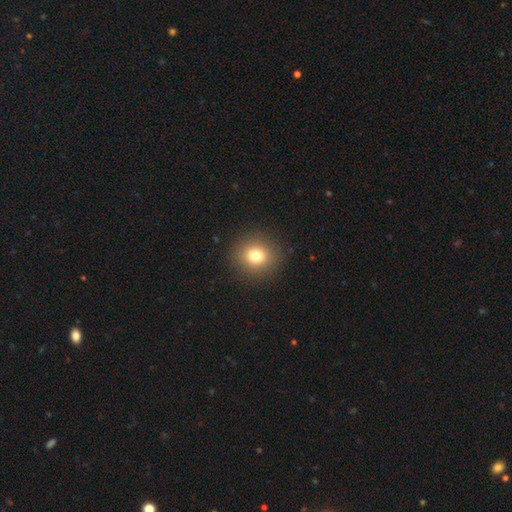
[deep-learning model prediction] smooth_or_featured: smooth (p=0.77) [alt: star or artifact p=0.13]
how_rounded: round (p=0.88) [alt: in between p=0.11]
merging: none (p=0.91) [alt: minor disturbance p=0.06]